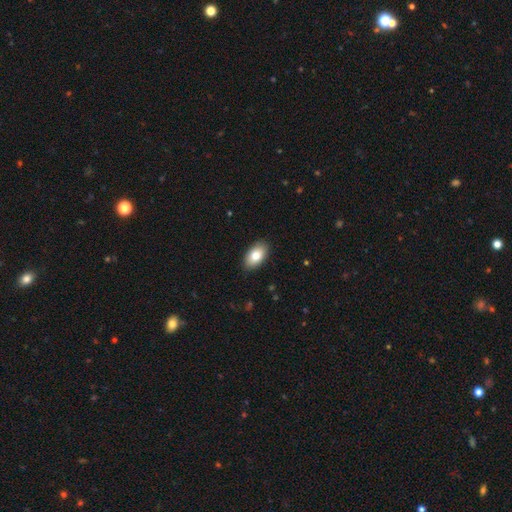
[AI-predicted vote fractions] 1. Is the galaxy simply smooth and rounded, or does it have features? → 80% smooth, 13% featured or disk, 7% star or artifact.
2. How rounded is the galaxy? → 93% in between, 5% round, 2% cigar-shaped.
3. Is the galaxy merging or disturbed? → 89% none, 8% minor disturbance, 2% major disturbance, 1% merger.